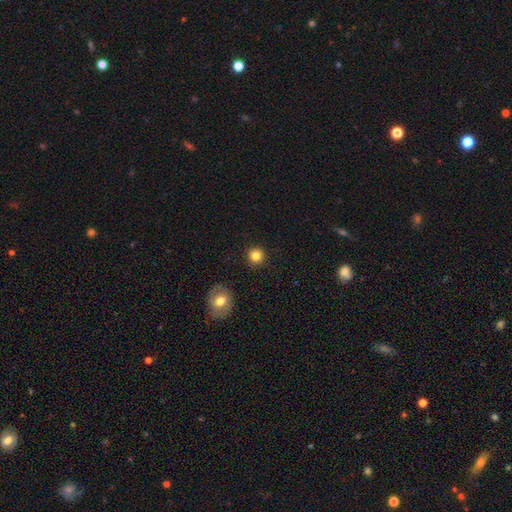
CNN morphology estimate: The model was most divided on "smooth or featured": smooth: 83%, star or artifact: 11%, featured or disk: 6%. More confident: how rounded — round (94%); merging — none (91%).